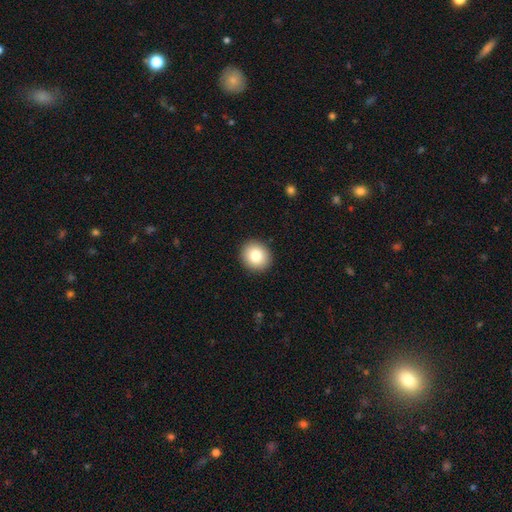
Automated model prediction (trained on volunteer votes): Smooth or featured? Predicted: smooth (p=0.81). How rounded? Predicted: round (p=0.88). Merging? Predicted: none (p=0.92).